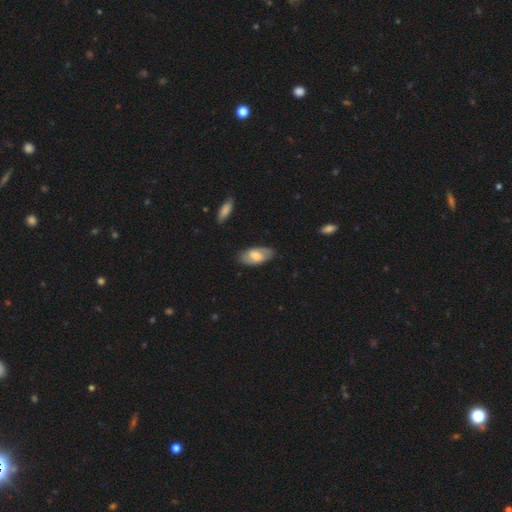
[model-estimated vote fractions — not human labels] smooth 62%, featured or disk 32%, star or artifact 6%. Down the decision tree: how rounded — in between (93%); merging — none (80%).